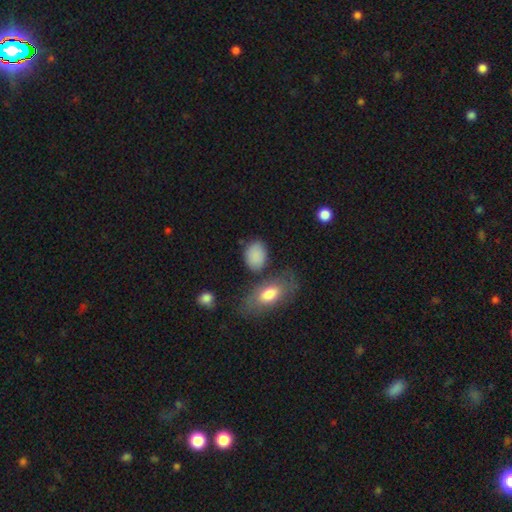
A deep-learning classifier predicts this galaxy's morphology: The model was most divided on "merging": none: 67%, minor disturbance: 19%, merger: 8%, major disturbance: 6%. More confident: smooth or featured — smooth (87%); how rounded — in between (75%).